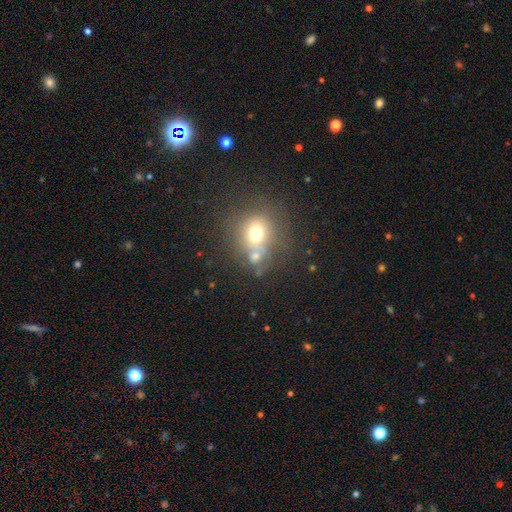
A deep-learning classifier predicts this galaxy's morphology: A smooth galaxy with no disk features (66%) that is round (76%). Merging: none (48%).